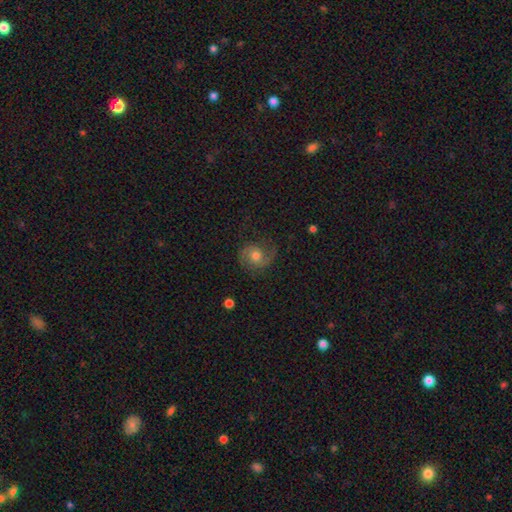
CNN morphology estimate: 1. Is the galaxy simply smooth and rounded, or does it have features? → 58% featured or disk, 32% smooth, 10% star or artifact.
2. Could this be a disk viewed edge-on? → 97% no, 3% yes.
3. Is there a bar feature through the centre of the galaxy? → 72% no, 24% weak, 4% strong.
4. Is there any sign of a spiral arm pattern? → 90% yes, 10% no.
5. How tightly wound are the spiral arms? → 48% medium, 28% loose, 24% tight.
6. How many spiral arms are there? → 78% 2, 11% 1, 7% can't tell, 2% 3, 1% 4, 1% more than 4.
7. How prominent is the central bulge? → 67% moderate, 16% small, 13% large, 2% none, 2% dominant.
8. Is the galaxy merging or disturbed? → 69% none, 18% minor disturbance, 11% major disturbance, 1% merger.